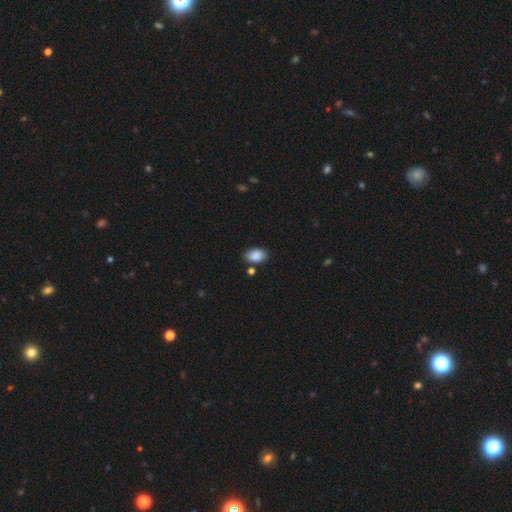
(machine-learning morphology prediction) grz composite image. It shows a smooth galaxy with no disk features (89%) that is in between round and cigar-shaped (84%). Merging: none (77%).